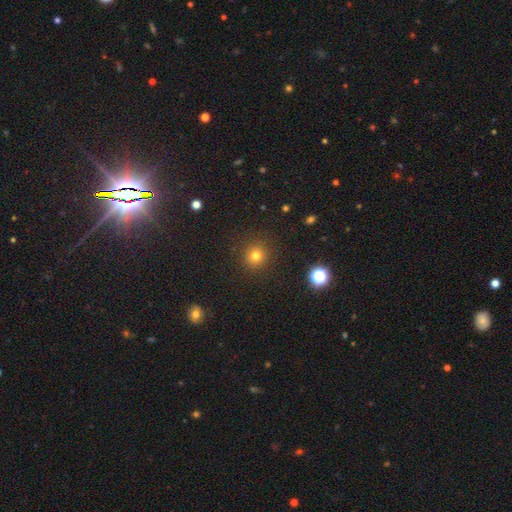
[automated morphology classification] Smooth or featured? smooth (76%)
How rounded? round (93%)
Merging? none (90%)